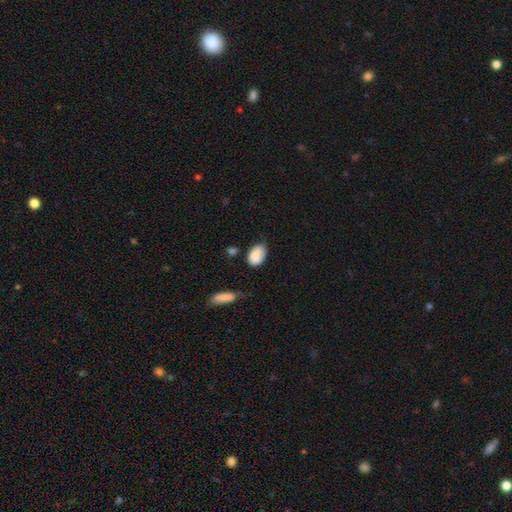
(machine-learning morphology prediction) A smooth galaxy with no disk features (79%) that is in between round and cigar-shaped (86%).

Vote fractions:
- Smooth or featured? smooth: 79% / featured or disk: 14% / star or artifact: 7%
- How rounded? in between: 86% / round: 12% / cigar-shaped: 1%
- Merging? none: 55% / minor disturbance: 31% / major disturbance: 7% / merger: 6%